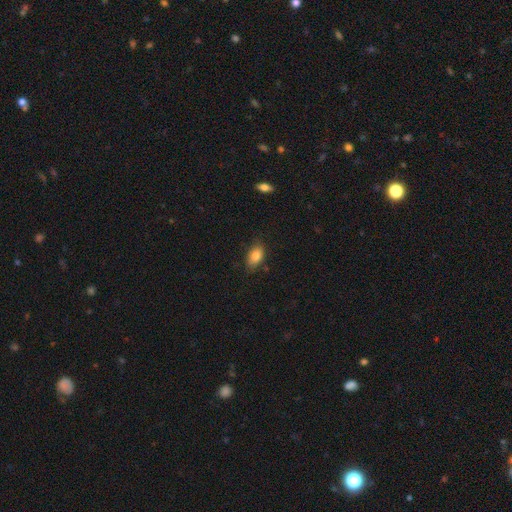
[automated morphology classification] A smooth galaxy with no disk features (84%) that is in between round and cigar-shaped (89%).

Vote fractions:
- Smooth or featured? smooth: 84% / featured or disk: 8% / star or artifact: 8%
- How rounded? in between: 89% / round: 8% / cigar-shaped: 3%
- Merging? none: 76% / minor disturbance: 19% / major disturbance: 4% / merger: 2%